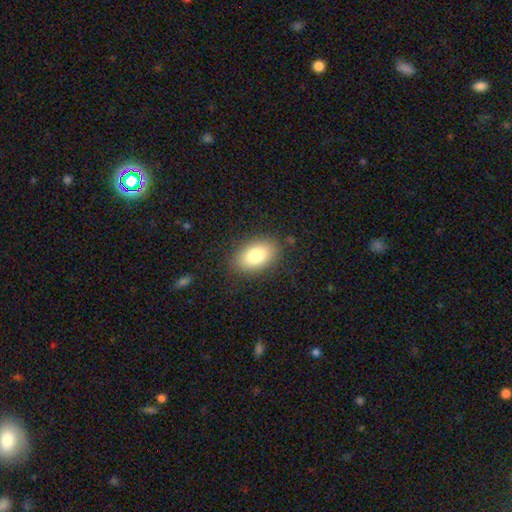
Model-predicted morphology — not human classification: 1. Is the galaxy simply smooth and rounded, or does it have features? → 82% smooth, 10% featured or disk, 7% star or artifact.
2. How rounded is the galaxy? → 91% in between, 8% round, 2% cigar-shaped.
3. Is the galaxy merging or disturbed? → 84% none, 11% minor disturbance, 4% major disturbance, 1% merger.